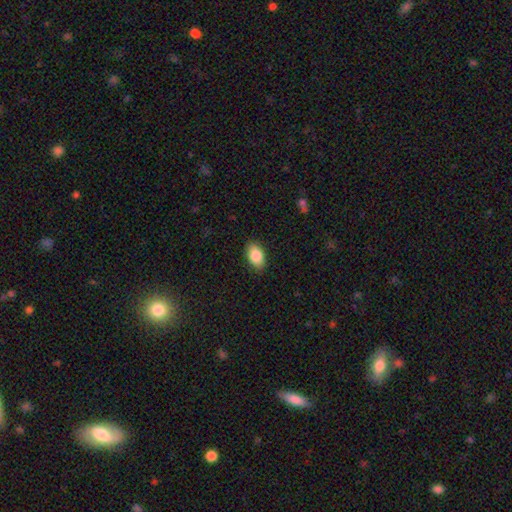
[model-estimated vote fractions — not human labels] Morphology: type=smooth (86%); roundness=in between (91%); merging=none (87%).